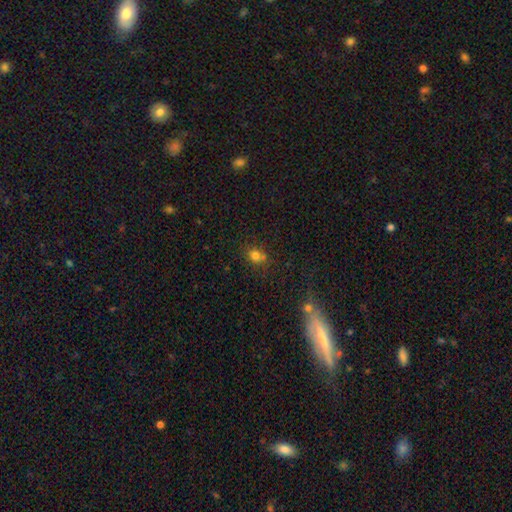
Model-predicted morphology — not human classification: Overall: smooth (74%). How rounded: round (67%; in between 32%). Merging: none (66%).